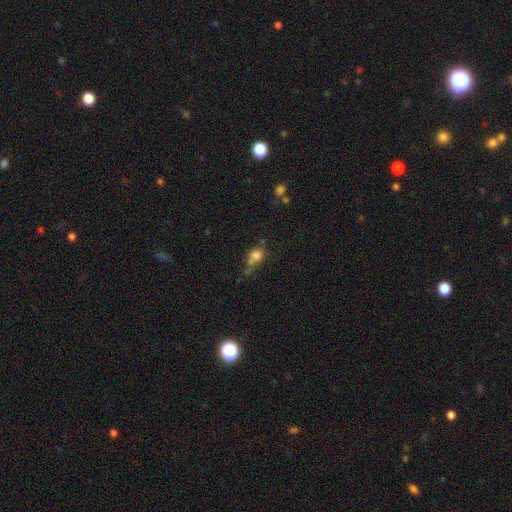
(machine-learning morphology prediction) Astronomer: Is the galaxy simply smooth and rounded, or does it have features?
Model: smooth — 76%.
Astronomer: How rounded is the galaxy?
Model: round — 59% (runner-up: in between, 38%).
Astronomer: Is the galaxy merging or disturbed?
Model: none — 41% (runner-up: minor disturbance, 25%).